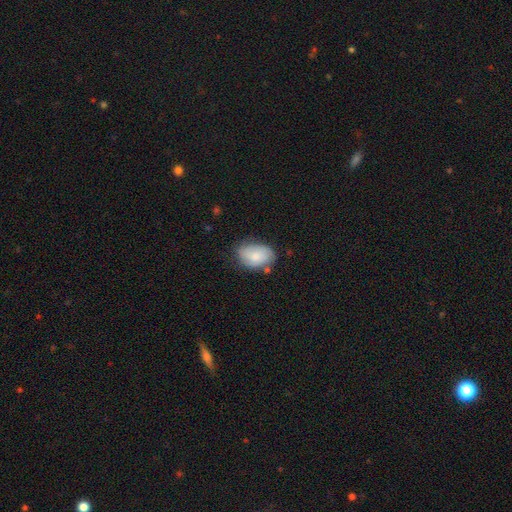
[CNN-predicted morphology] smooth 69%, featured or disk 24%, star or artifact 7%. Down the decision tree: how rounded — in between (84%); merging — none (64%).